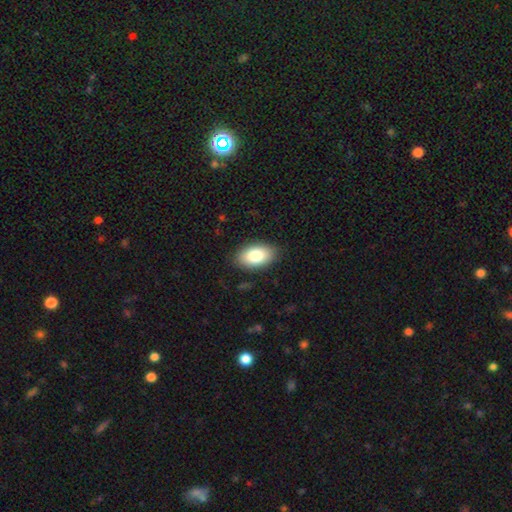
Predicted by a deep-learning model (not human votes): smooth_or_featured: smooth (p=0.82) [alt: featured or disk p=0.12]
how_rounded: in between (p=0.93) [alt: round p=0.05]
merging: none (p=0.86) [alt: minor disturbance p=0.10]